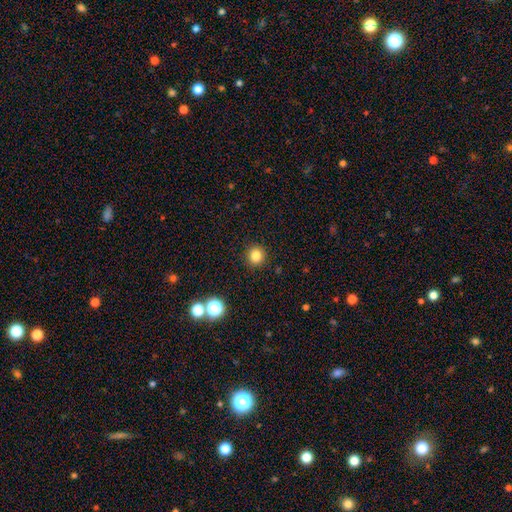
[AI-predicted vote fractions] Smooth or featured? smooth (83%)
How rounded? round (92%)
Merging? none (92%)